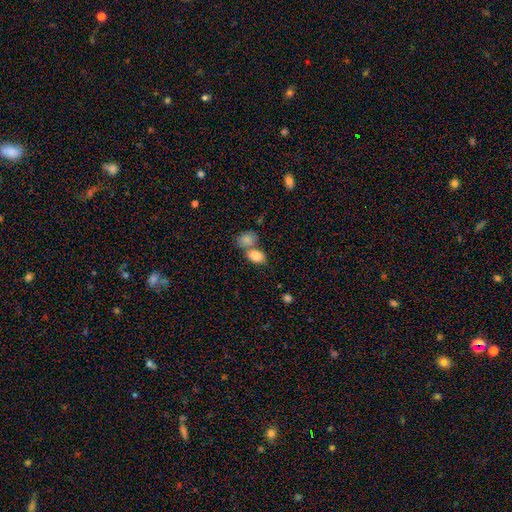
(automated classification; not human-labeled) smooth-or-featured: smooth: 85% | star or artifact: 8% | featured or disk: 7%
  how-rounded: in between: 80% | round: 18% | cigar-shaped: 2%
  merging: merger: 50% | none: 35% | minor disturbance: 11% | major disturbance: 5%